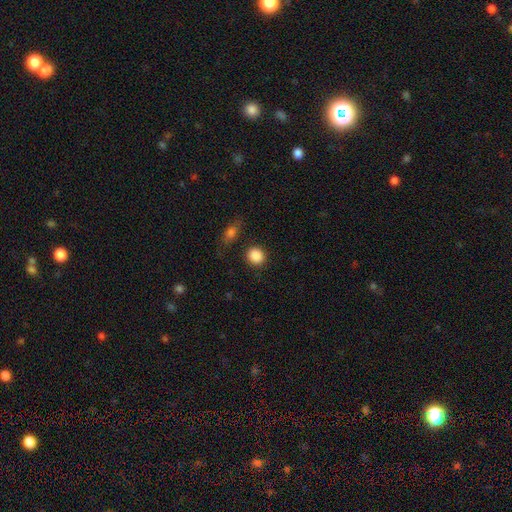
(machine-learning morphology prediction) Q: Smooth or featured?
A: smooth (88%); runner-up: star or artifact (9%)
Q: How rounded?
A: round (82%); runner-up: in between (17%)
Q: Merging?
A: none (86%); runner-up: minor disturbance (8%)